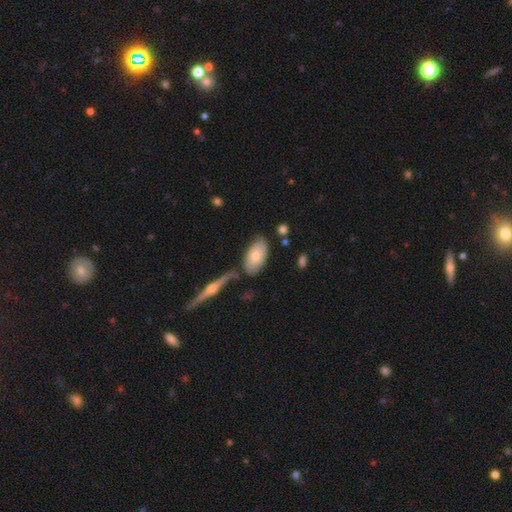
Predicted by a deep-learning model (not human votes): Smooth or featured? Predicted: smooth (p=0.68). How rounded? Predicted: in between (p=0.92). Merging? Predicted: none (p=0.70).